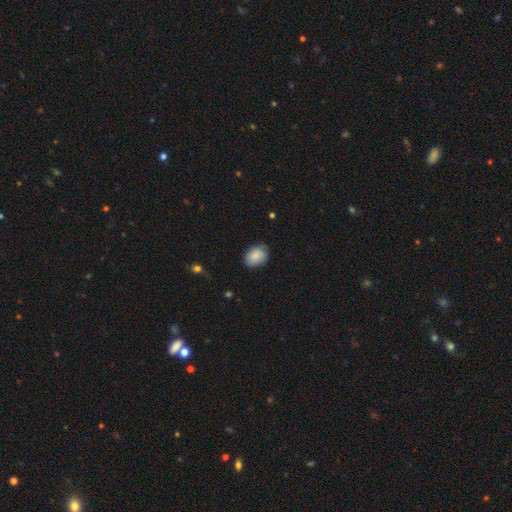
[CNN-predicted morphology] smooth 87%, star or artifact 7%, featured or disk 7%. Down the decision tree: how rounded — in between (75%); merging — none (79%).